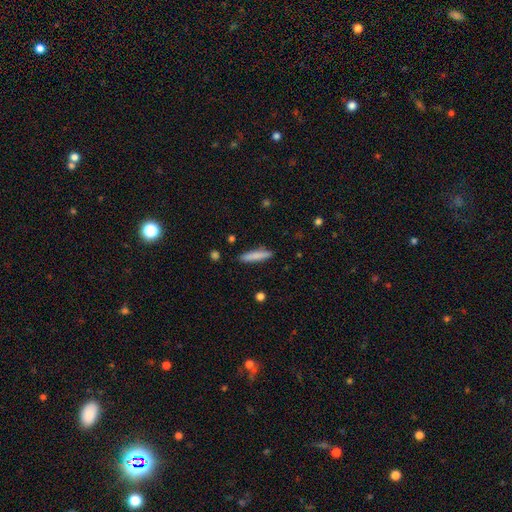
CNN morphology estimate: smooth 81%, featured or disk 13%, star or artifact 6%. Down the decision tree: how rounded — cigar-shaped (88%); merging — none (86%).